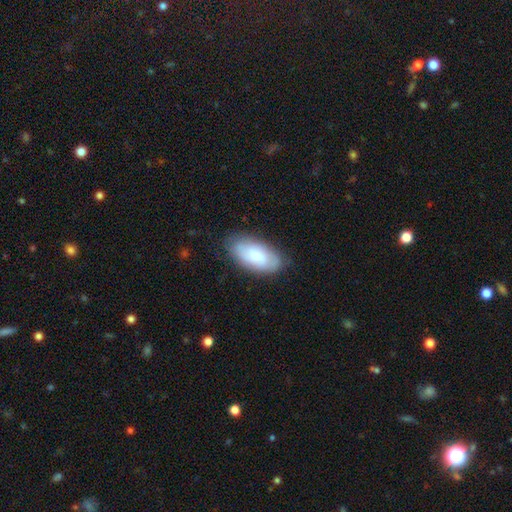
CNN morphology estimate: type=smooth (69%); roundness=in between (93%); merging=none (78%).